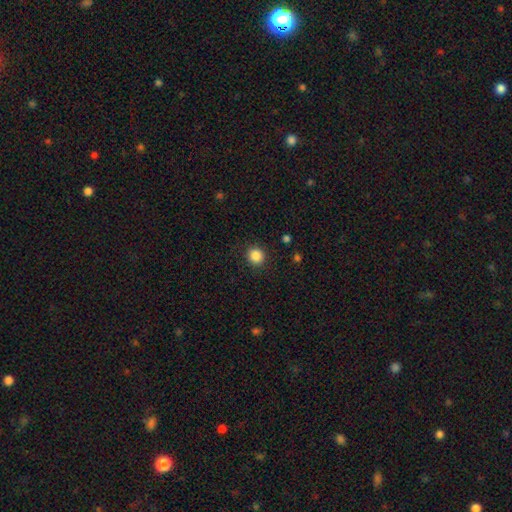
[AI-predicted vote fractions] This is clearly a smooth galaxy (87%). How rounded: clearly round (90%). Merging: clearly none (90%).